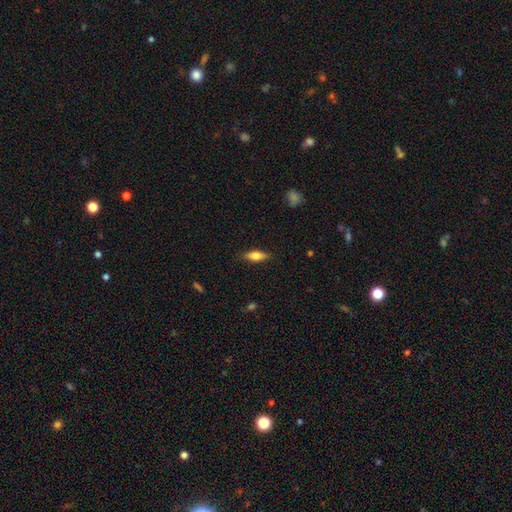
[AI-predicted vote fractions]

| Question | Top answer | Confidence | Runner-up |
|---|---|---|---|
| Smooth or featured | smooth | 68% | featured or disk (26%) |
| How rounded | in between | 60% | cigar-shaped (38%) |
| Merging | none | 85% | minor disturbance (11%) |